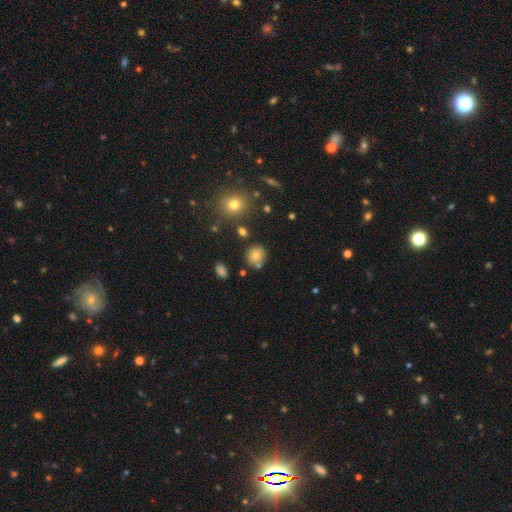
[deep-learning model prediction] Smooth or featured? Predicted: smooth (p=0.74). How rounded? Predicted: round (p=0.87). Merging? Predicted: none (p=0.78).